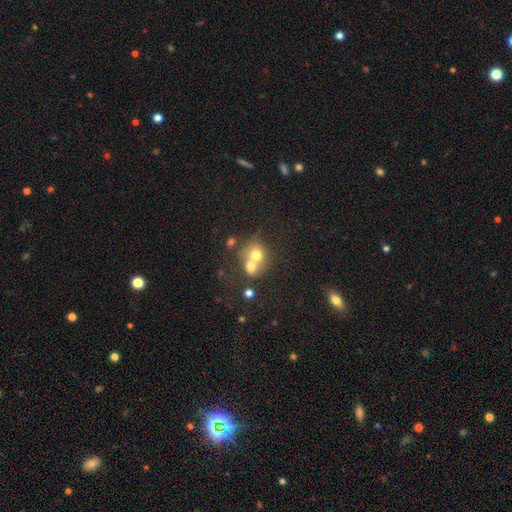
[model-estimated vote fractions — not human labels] Smooth or featured?
  - smooth: 68% *
  - featured or disk: 20%
  - star or artifact: 12%
How rounded?
  - round: 72% *
  - in between: 27%
  - cigar-shaped: 1%
Merging?
  - merger: 62% *
  - none: 28%
  - minor disturbance: 6%
  - major disturbance: 3%